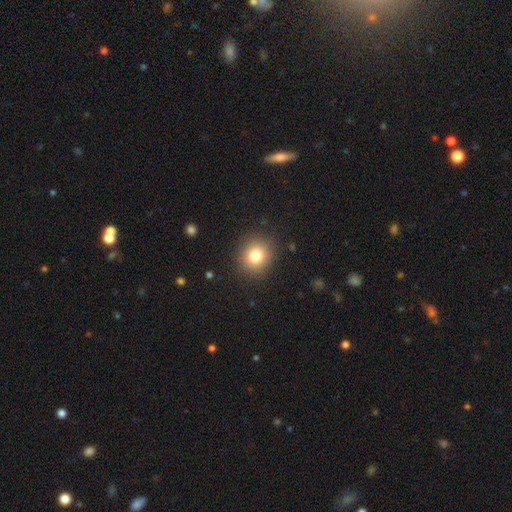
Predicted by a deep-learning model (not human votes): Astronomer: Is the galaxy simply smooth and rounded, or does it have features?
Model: smooth — 80%.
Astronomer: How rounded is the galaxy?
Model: round — 82%.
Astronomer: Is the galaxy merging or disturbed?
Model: none — 89%.